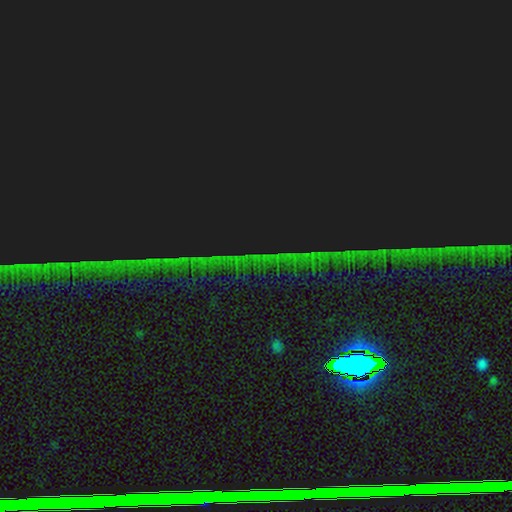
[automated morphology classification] Smooth or featured: star or artifact — 86% (smooth — 7%)